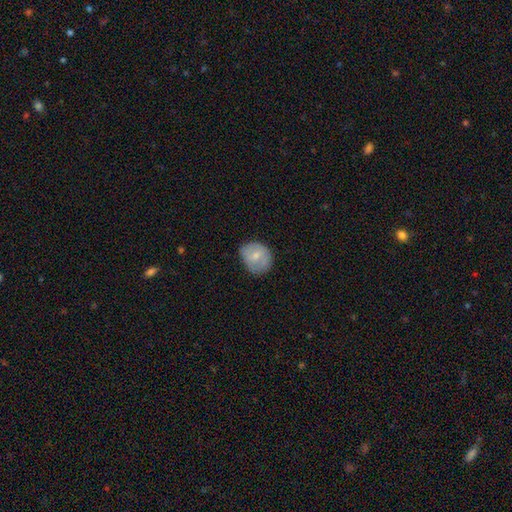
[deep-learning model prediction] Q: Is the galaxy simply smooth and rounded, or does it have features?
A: smooth — 69%.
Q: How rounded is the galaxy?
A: round — 60%.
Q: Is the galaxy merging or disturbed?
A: none — 67%.